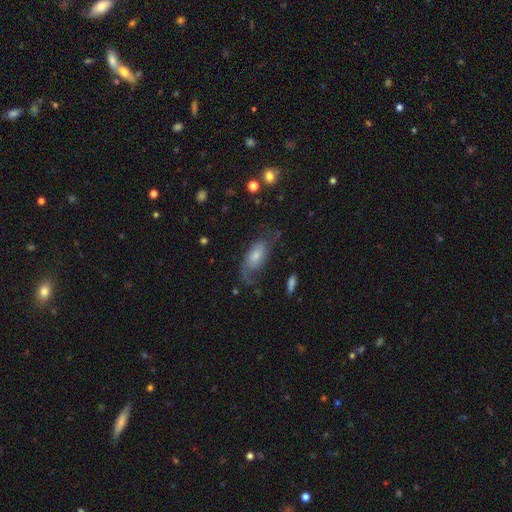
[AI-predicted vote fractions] Q: Smooth or featured?
A: featured or disk (63%); runner-up: smooth (29%)
Q: Edge-on disk?
A: no (91%); runner-up: yes (9%)
Q: Bar?
A: no (65%); runner-up: weak (29%)
Q: Spiral arms?
A: yes (89%); runner-up: no (11%)
Q: Spiral winding?
A: loose (50%); runner-up: medium (35%)
Q: Spiral arm count?
A: 2 (67%); runner-up: 1 (17%)
Q: Bulge size?
A: moderate (42%); runner-up: small (38%)
Q: Merging?
A: none (54%); runner-up: minor disturbance (23%)